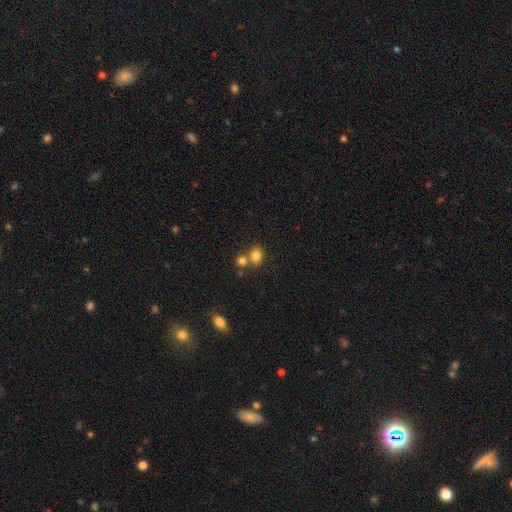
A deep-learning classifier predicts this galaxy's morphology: Smooth or featured: smooth — 81% (star or artifact — 12%)
How rounded: round — 65% (in between — 34%)
Merging: none — 51% (merger — 37%)